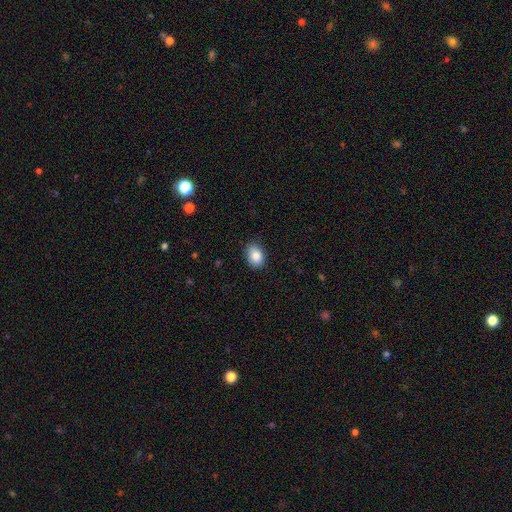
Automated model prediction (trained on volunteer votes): A smooth galaxy with no disk features (87%) that is in between round and cigar-shaped (78%). Merging: none (85%).